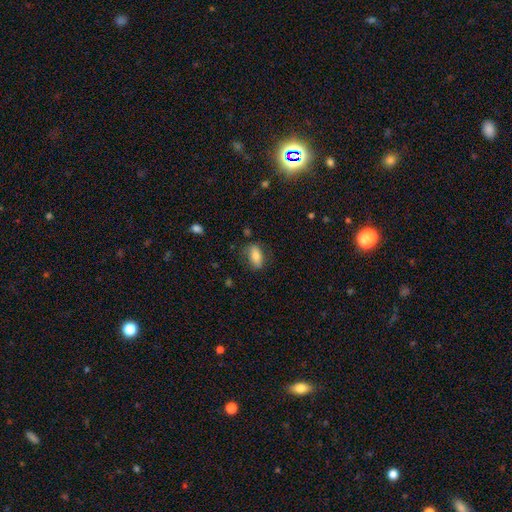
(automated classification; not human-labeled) Smooth or featured? Predicted: smooth (p=0.77). How rounded? Predicted: in between (p=0.82). Merging? Predicted: none (p=0.74).